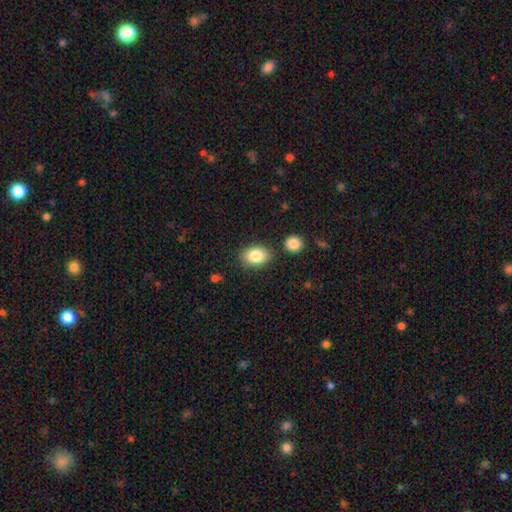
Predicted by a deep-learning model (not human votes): smooth-or-featured: smooth: 84% | featured or disk: 8% | star or artifact: 7%
  how-rounded: in between: 83% | round: 16% | cigar-shaped: 1%
  merging: none: 82% | minor disturbance: 10% | merger: 5% | major disturbance: 3%